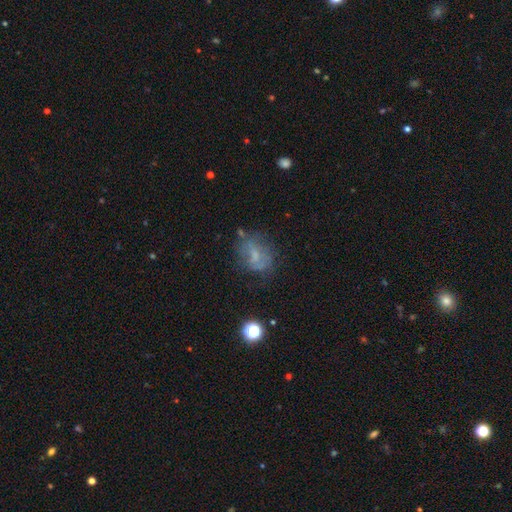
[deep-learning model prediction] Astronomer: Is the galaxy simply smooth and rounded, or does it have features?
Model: featured or disk — 42% (runner-up: smooth, 41%).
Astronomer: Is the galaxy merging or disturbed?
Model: none — 56%.